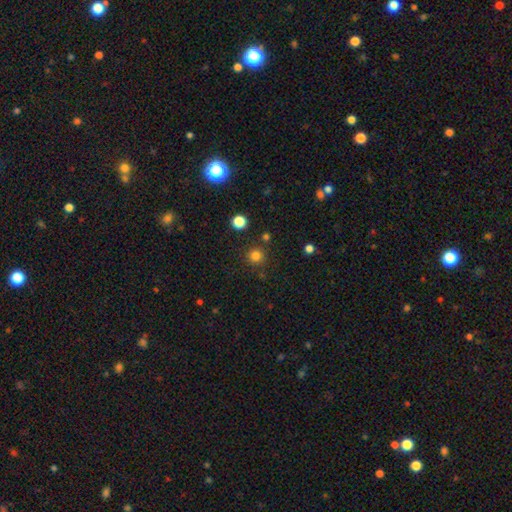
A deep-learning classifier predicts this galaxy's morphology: Smooth or featured: smooth — 81% (star or artifact — 15%)
How rounded: round — 94% (in between — 5%)
Merging: none — 85% (minor disturbance — 7%)